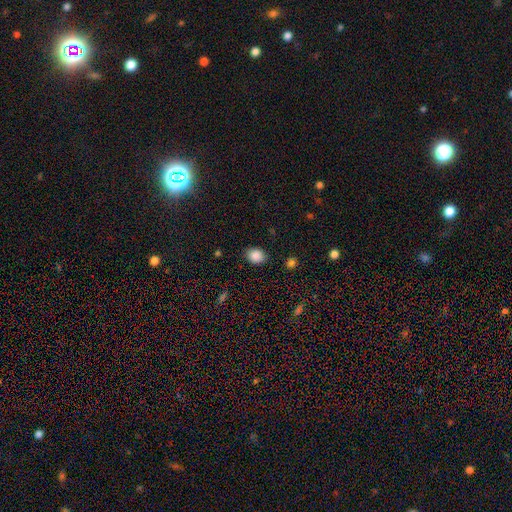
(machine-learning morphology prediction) This appears to be a smooth galaxy with no disk features (87%) that is in between round and cigar-shaped (60%). Merging: none (86%).